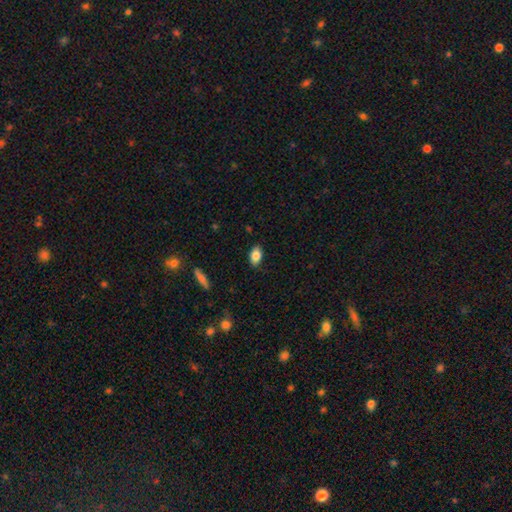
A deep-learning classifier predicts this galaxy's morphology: smooth-or-featured: smooth: 84% | featured or disk: 8% | star or artifact: 8%
  how-rounded: in between: 89% | round: 8% | cigar-shaped: 2%
  merging: none: 83% | minor disturbance: 13% | major disturbance: 2% | merger: 1%